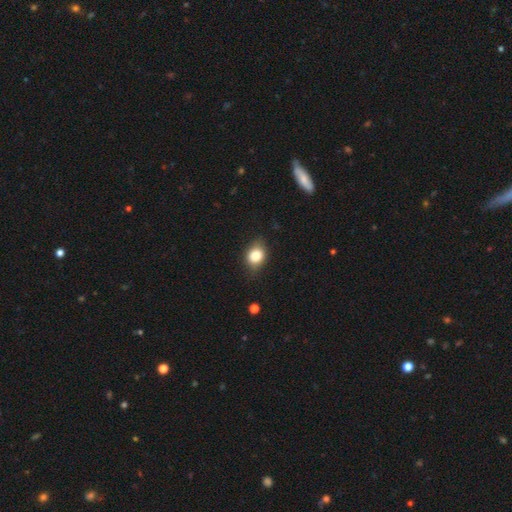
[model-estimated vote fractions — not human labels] Smooth or featured: smooth — 82% (star or artifact — 9%)
How rounded: in between — 58% (round — 41%)
Merging: none — 73% (minor disturbance — 21%)